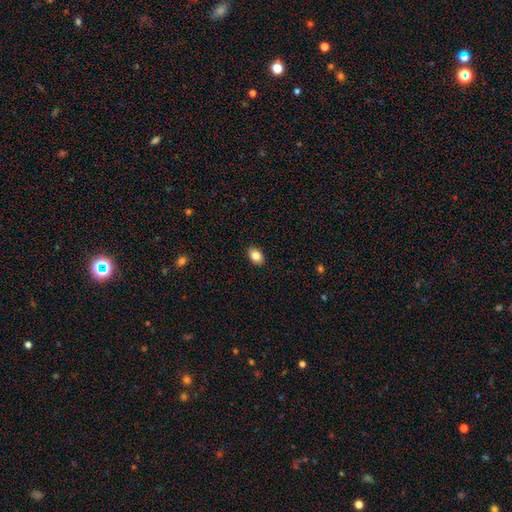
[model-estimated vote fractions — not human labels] This is clearly a smooth galaxy (85%). How rounded: clearly in between (84%). Merging: clearly none (89%).